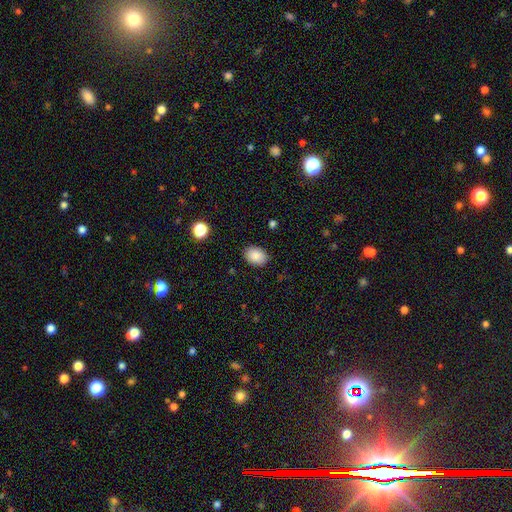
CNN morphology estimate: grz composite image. It shows a smooth galaxy with no disk features (87%) that is in between round and cigar-shaped (75%). Merging: none (88%).